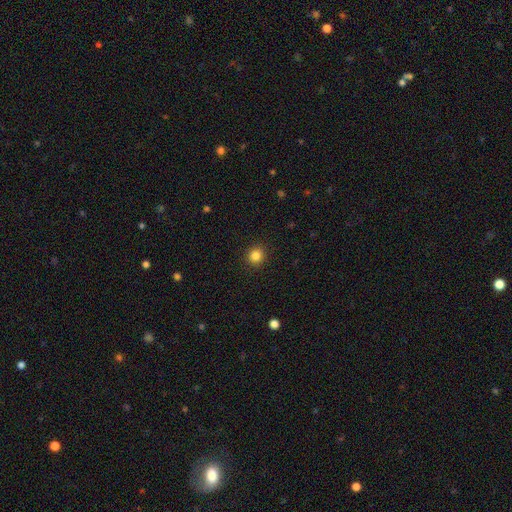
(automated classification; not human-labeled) This is clearly a smooth galaxy (84%). How rounded: clearly round (92%). Merging: clearly none (92%).